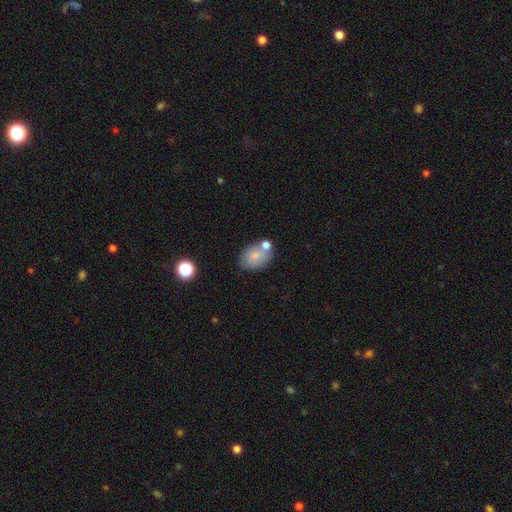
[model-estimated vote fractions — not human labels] Q: Smooth or featured?
A: smooth (76%); runner-up: featured or disk (16%)
Q: How rounded?
A: in between (76%); runner-up: round (23%)
Q: Merging?
A: none (57%); runner-up: merger (21%)